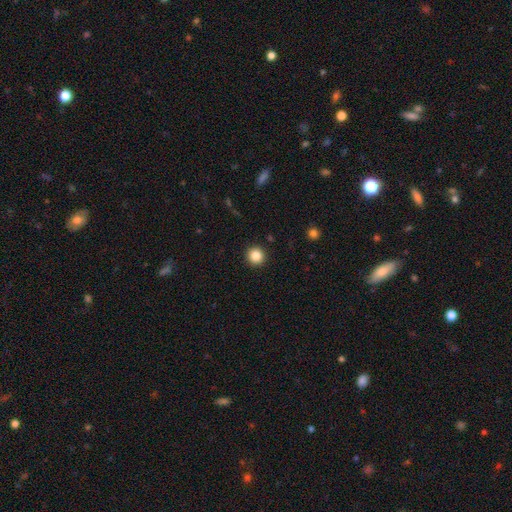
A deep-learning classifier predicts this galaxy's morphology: smooth 85%, star or artifact 11%, featured or disk 5%. Down the decision tree: how rounded — round (96%); merging — none (93%).